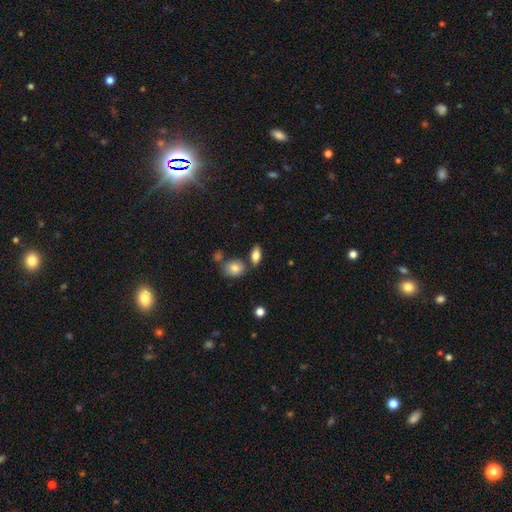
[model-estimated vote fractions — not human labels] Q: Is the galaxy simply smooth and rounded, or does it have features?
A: smooth — 78%.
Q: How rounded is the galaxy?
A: in between — 85%.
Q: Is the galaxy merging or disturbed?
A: none — 72%.